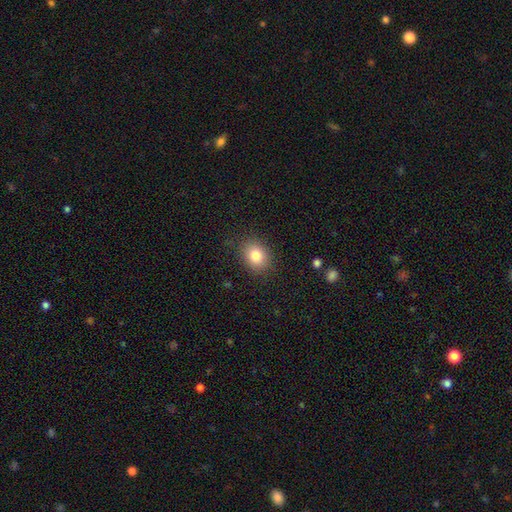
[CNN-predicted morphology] smooth_or_featured: smooth (p=0.82) [alt: star or artifact p=0.10]
how_rounded: round (p=0.50) [alt: in between p=0.49]
merging: none (p=0.86) [alt: minor disturbance p=0.10]